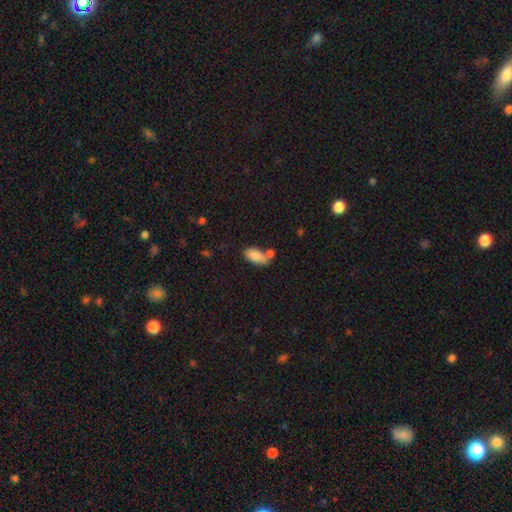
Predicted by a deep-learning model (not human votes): The model was most divided on "merging": none: 45%, merger: 33%, minor disturbance: 17%, major disturbance: 6%. More confident: how rounded — in between (92%); smooth or featured — smooth (85%).